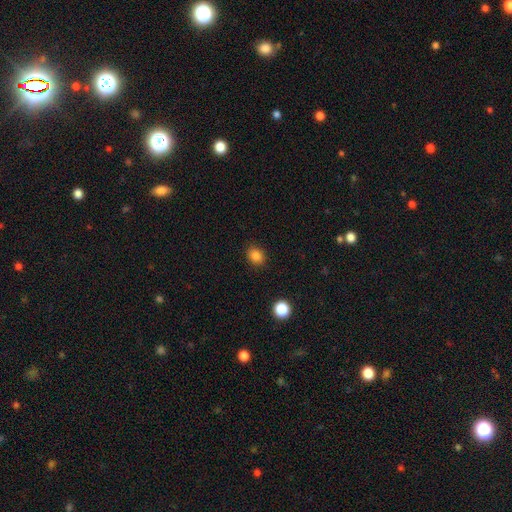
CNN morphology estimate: Smooth or featured: smooth — 84% (star or artifact — 12%)
How rounded: round — 60% (in between — 39%)
Merging: none — 89% (minor disturbance — 8%)